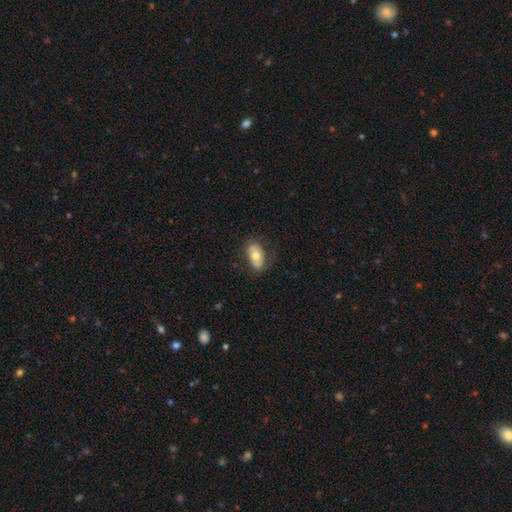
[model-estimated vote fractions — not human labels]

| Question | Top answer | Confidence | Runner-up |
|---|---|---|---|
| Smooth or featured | smooth | 56% | featured or disk (38%) |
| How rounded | in between | 90% | round (8%) |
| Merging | none | 72% | minor disturbance (19%) |